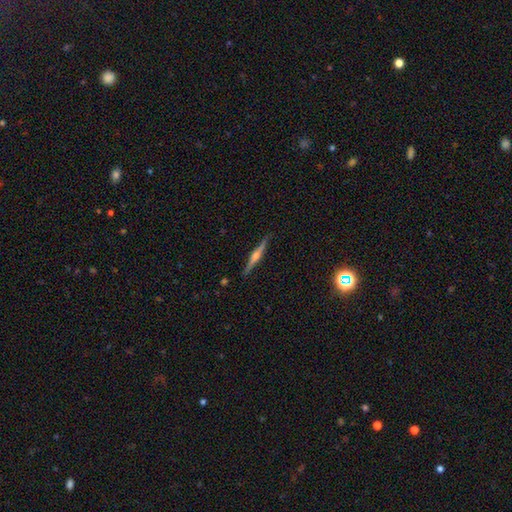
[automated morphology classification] Overall: featured or disk (78%). Edge-on disk: yes (98%). Edge-on bulge: rounded (90%). Merging: none (91%).